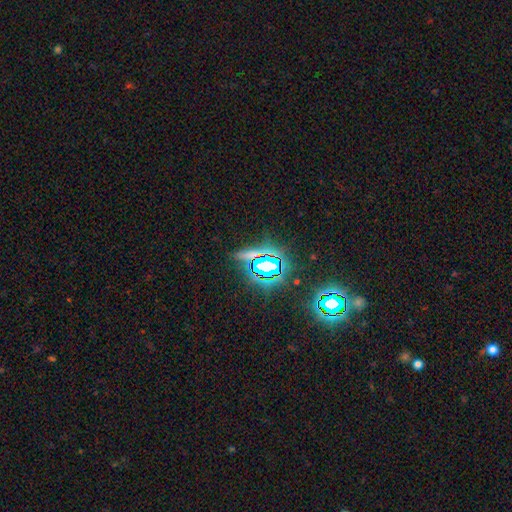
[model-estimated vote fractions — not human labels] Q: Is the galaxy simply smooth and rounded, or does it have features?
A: star or artifact — 67%.